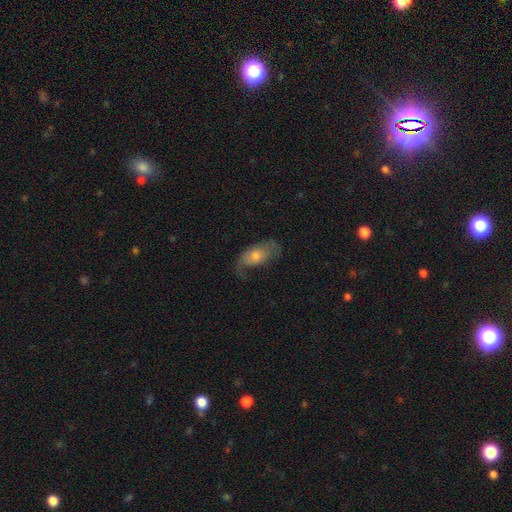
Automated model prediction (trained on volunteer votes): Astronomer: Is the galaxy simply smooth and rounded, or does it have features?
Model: smooth — 47% (runner-up: featured or disk, 44%).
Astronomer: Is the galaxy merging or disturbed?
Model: none — 48% (runner-up: minor disturbance, 28%).